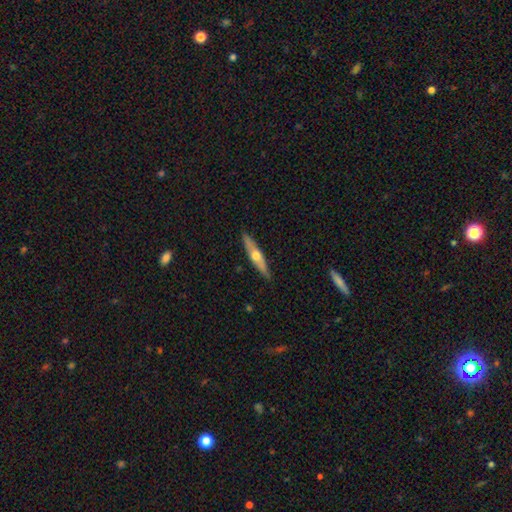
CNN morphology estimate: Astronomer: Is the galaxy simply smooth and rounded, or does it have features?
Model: featured or disk — 62%.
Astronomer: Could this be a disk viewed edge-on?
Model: yes — 94%.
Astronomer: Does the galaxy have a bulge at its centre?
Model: rounded — 94%.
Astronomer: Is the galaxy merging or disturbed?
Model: none — 89%.